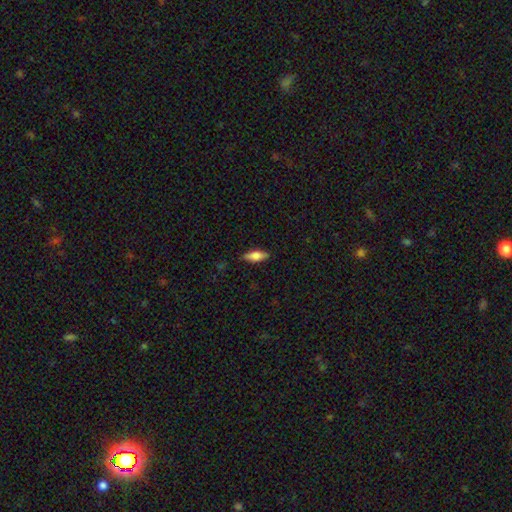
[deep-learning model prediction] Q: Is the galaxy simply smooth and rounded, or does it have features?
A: smooth — 69%.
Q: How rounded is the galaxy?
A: in between — 63%.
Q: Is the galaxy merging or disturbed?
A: none — 86%.